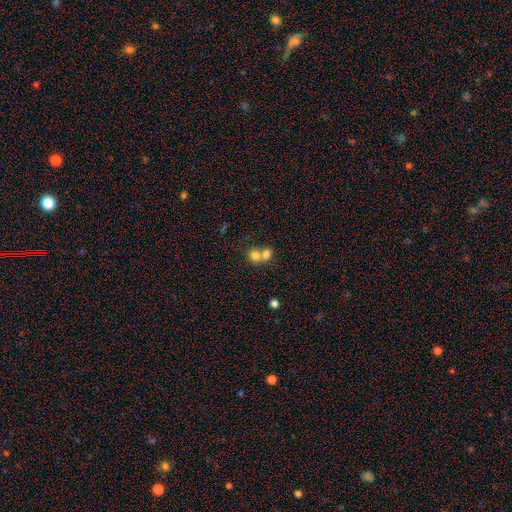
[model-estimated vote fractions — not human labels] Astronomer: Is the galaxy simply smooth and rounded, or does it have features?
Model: smooth — 75%.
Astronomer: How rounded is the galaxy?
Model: round — 68%.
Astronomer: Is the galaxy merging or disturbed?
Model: merger — 67%.